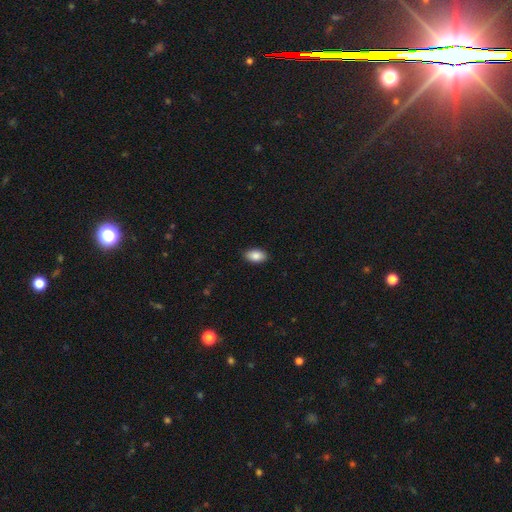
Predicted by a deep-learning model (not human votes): The model was most divided on "smooth or featured": smooth: 88%, star or artifact: 7%, featured or disk: 5%. More confident: how rounded — in between (93%); merging — none (89%).